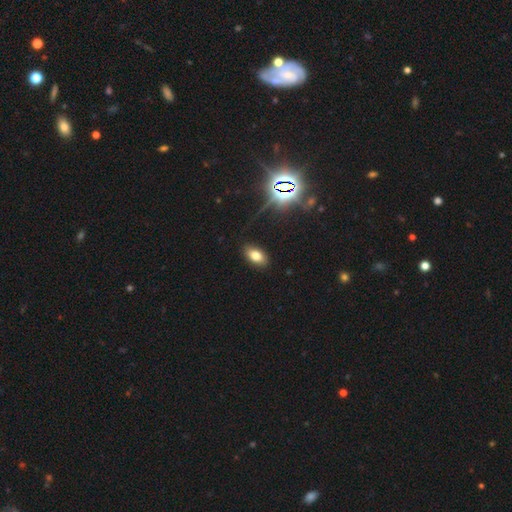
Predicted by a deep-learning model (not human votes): A smooth galaxy with no disk features (74%) that is in between round and cigar-shaped (92%).

Vote fractions:
- Smooth or featured? smooth: 74% / star or artifact: 16% / featured or disk: 10%
- How rounded? in between: 92% / round: 5% / cigar-shaped: 3%
- Merging? none: 88% / minor disturbance: 9% / major disturbance: 2% / merger: 1%